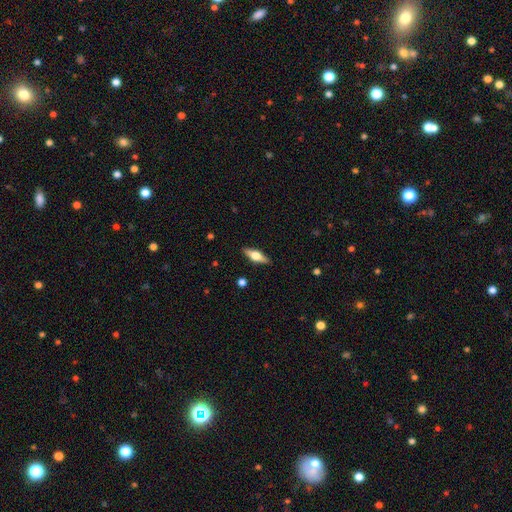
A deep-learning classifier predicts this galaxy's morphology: Smooth or featured: featured or disk — 59% (smooth — 35%)
Edge-on disk: yes — 95% (no — 5%)
Edge-on bulge: rounded — 94% (boxy — 5%)
Merging: none — 89% (minor disturbance — 8%)